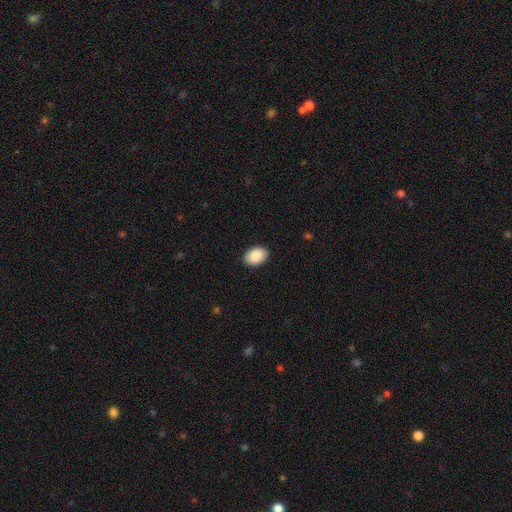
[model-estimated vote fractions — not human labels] The model was most divided on "how rounded": in between: 86%, round: 13%, cigar-shaped: 1%. More confident: smooth or featured — smooth (90%); merging — none (90%).